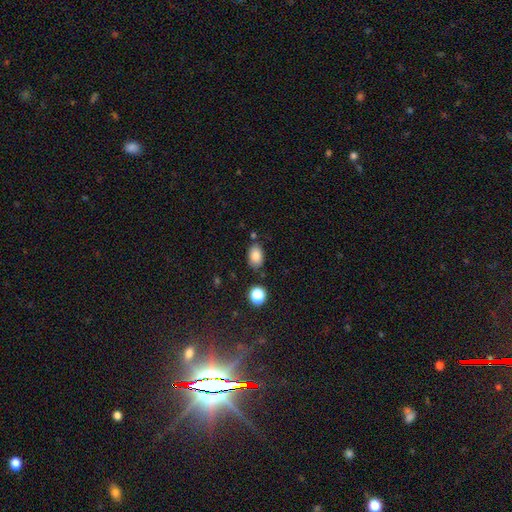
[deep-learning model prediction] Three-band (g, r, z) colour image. It shows a smooth galaxy with no disk features (84%) that is in between round and cigar-shaped (86%). Merging: none (75%).